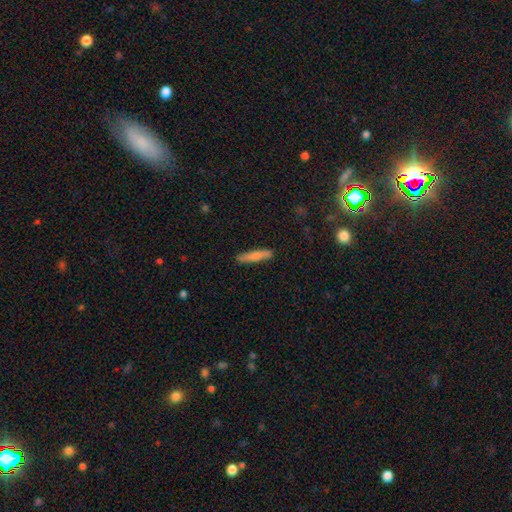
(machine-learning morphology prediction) The model was most divided on "smooth or featured": smooth: 74%, featured or disk: 20%, star or artifact: 6%. More confident: how rounded — cigar-shaped (89%); merging — none (87%).